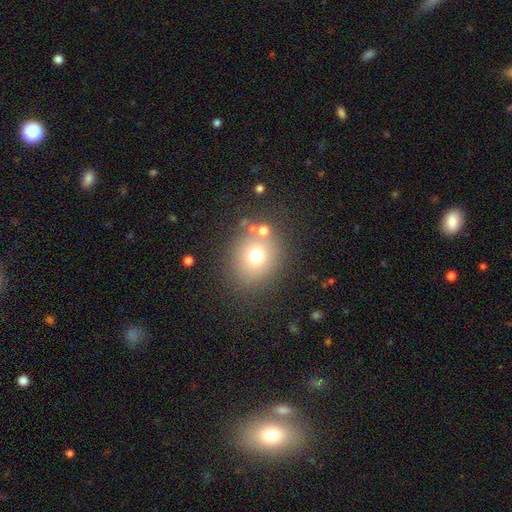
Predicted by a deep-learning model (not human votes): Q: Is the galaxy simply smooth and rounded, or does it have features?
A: smooth — 69%.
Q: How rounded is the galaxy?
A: round — 77%.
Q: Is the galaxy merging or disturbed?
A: none — 75%.